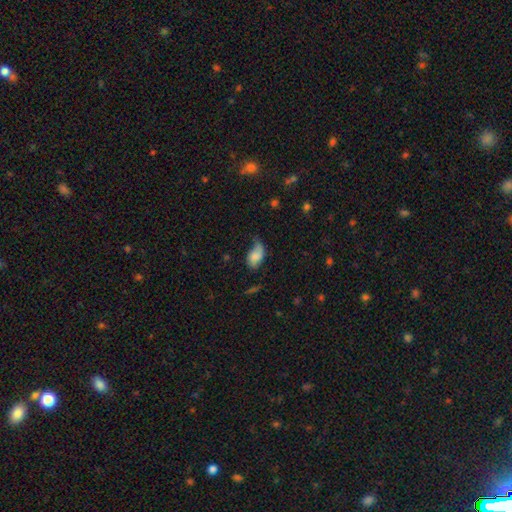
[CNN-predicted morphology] Smooth or featured?
  - smooth: 70% *
  - featured or disk: 22%
  - star or artifact: 9%
How rounded?
  - in between: 92% *
  - round: 6%
  - cigar-shaped: 2%
Merging?
  - minor disturbance: 39% *
  - none: 34%
  - major disturbance: 24%
  - merger: 3%